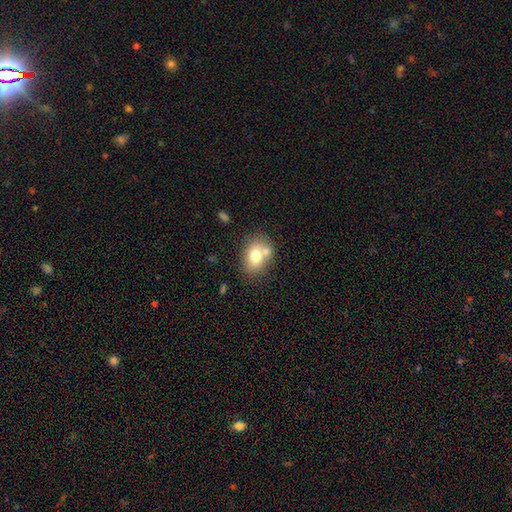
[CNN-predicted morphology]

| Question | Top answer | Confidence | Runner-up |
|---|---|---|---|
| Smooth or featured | smooth | 73% | featured or disk (19%) |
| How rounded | in between | 65% | round (34%) |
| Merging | none | 51% | merger (31%) |